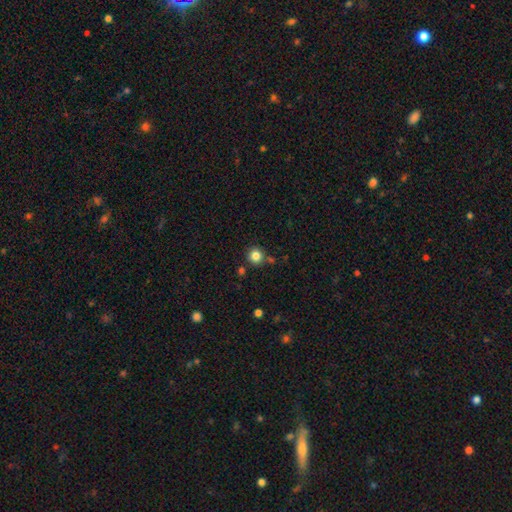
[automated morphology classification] smooth-or-featured: smooth: 83% | star or artifact: 12% | featured or disk: 5%
  how-rounded: round: 93% | in between: 6% | cigar-shaped: 1%
  merging: none: 83% | minor disturbance: 8% | merger: 6% | major disturbance: 3%